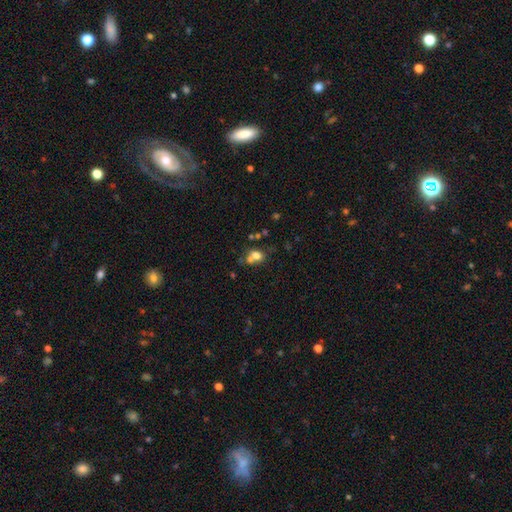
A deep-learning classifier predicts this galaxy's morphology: A smooth galaxy with no disk features (69%) that is round (54%).

Vote fractions:
- Smooth or featured? smooth: 69% / featured or disk: 16% / star or artifact: 14%
- How rounded? round: 54% / in between: 45% / cigar-shaped: 1%
- Merging? merger: 43% / none: 39% / minor disturbance: 11% / major disturbance: 6%